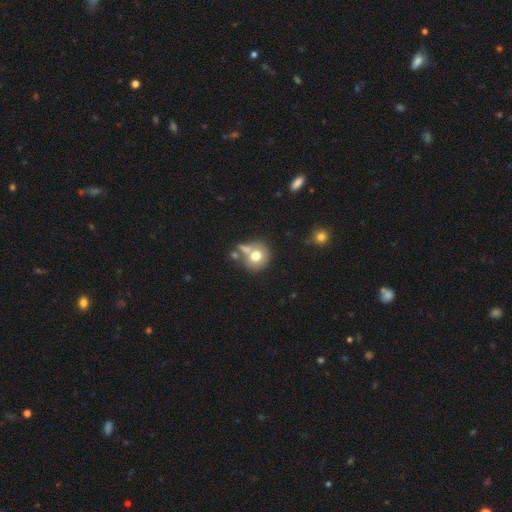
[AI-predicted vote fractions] This is likely a smooth galaxy (72%). How rounded: clearly round (85%). Merging: possibly none (52%).